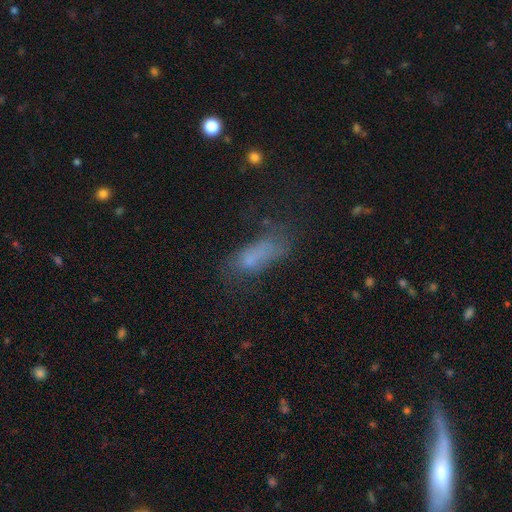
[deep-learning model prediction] This appears to be a smooth galaxy with no disk features (60%) that is in between round and cigar-shaped (65%). Merging: none (37%).